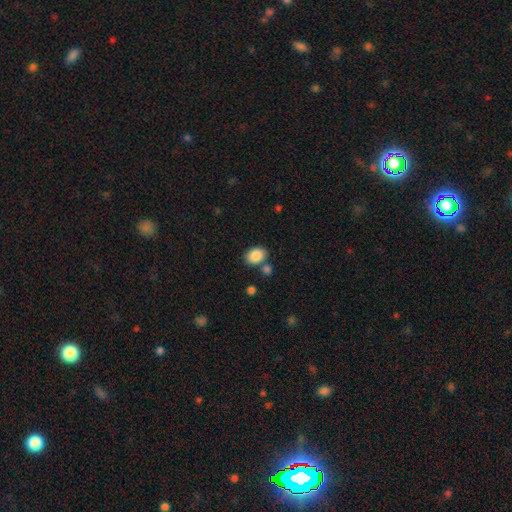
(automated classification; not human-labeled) The model was most divided on "how rounded": in between: 70%, round: 29%, cigar-shaped: 1%. More confident: smooth or featured — smooth (88%); merging — none (72%).